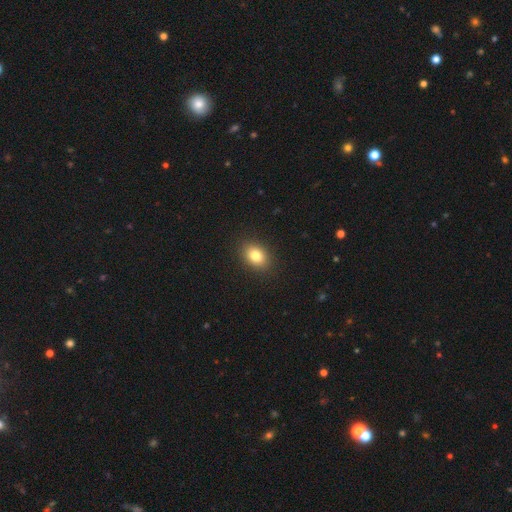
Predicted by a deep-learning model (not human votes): Q: Smooth or featured?
A: smooth (82%); runner-up: star or artifact (10%)
Q: How rounded?
A: in between (67%); runner-up: round (32%)
Q: Merging?
A: none (90%); runner-up: minor disturbance (7%)